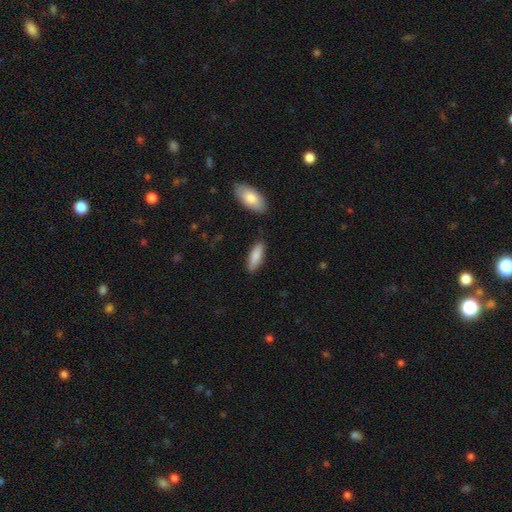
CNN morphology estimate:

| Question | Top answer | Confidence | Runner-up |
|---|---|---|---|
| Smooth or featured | smooth | 83% | featured or disk (11%) |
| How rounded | in between | 51% | cigar-shaped (47%) |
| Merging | none | 82% | minor disturbance (12%) |